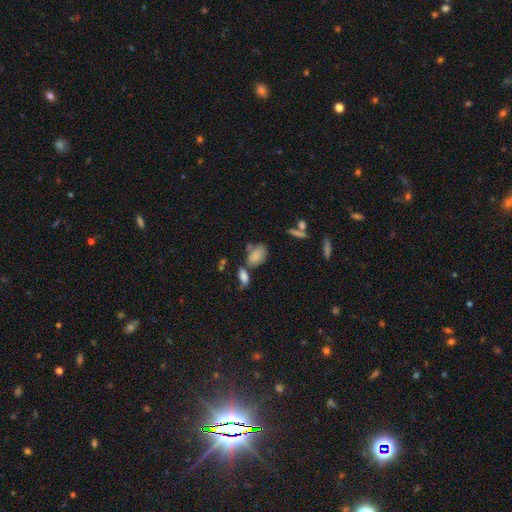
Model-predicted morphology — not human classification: Overall: smooth (78%). How rounded: in between (84%). Merging: none (42%; merger 27%).